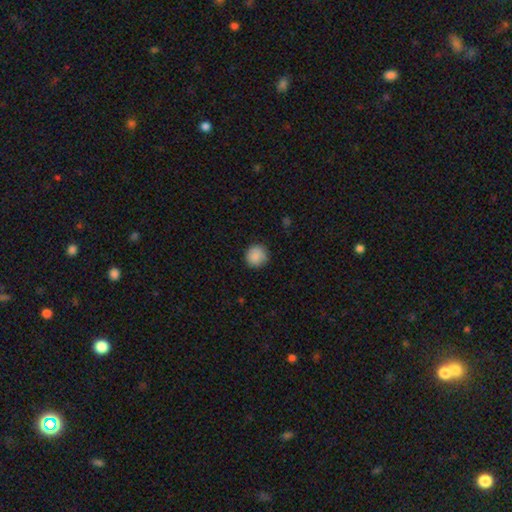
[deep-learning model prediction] Overall: smooth (88%). How rounded: round (93%). Merging: none (86%).